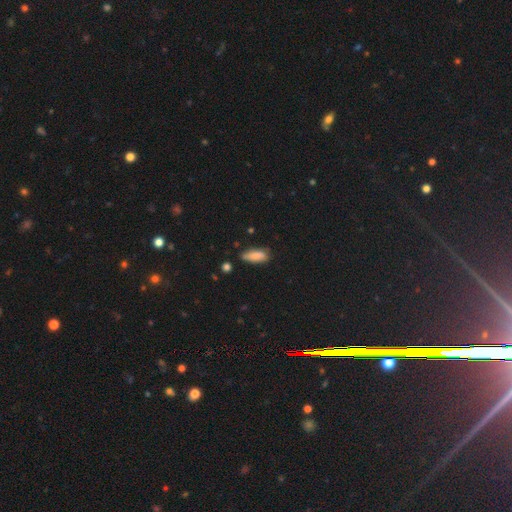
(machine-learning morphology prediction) A smooth galaxy with no disk features (84%) that is in between round and cigar-shaped (68%). Merging: none (64%).